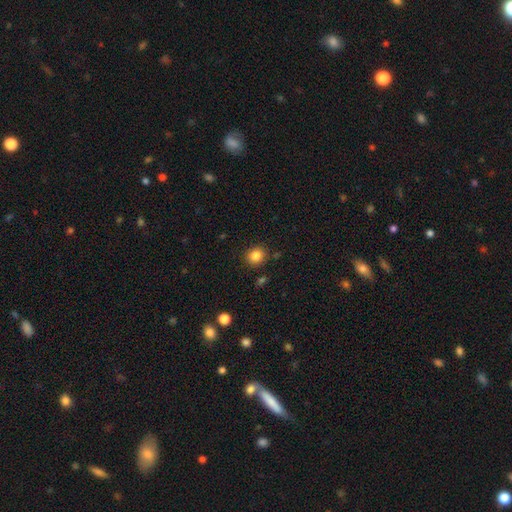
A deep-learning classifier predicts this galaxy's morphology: Smooth or featured?
  - smooth: 84% *
  - star or artifact: 11%
  - featured or disk: 5%
How rounded?
  - round: 77% *
  - in between: 23%
  - cigar-shaped: 1%
Merging?
  - none: 87% *
  - minor disturbance: 8%
  - merger: 3%
  - major disturbance: 2%